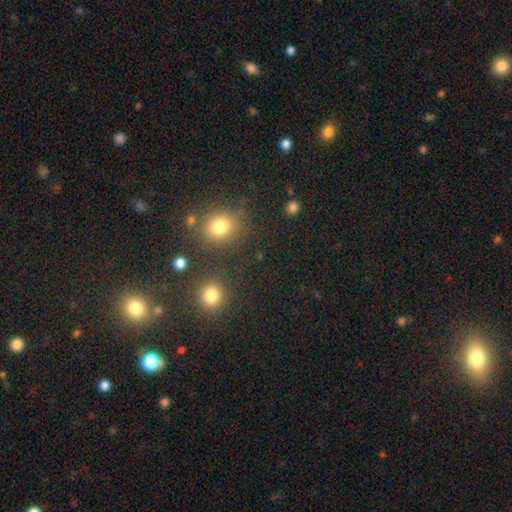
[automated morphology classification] Smooth or featured? Predicted: smooth (p=0.61). How rounded? Predicted: round (p=0.77). Merging? Predicted: none (p=0.84).